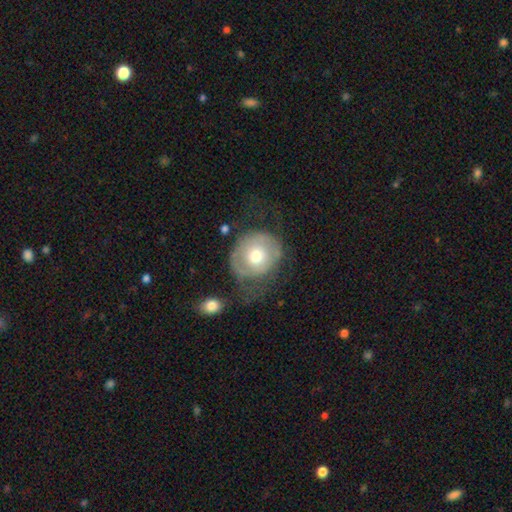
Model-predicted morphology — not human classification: Smooth or featured: smooth — 50% (featured or disk — 44%)
Merging: none — 44% (major disturbance — 27%)